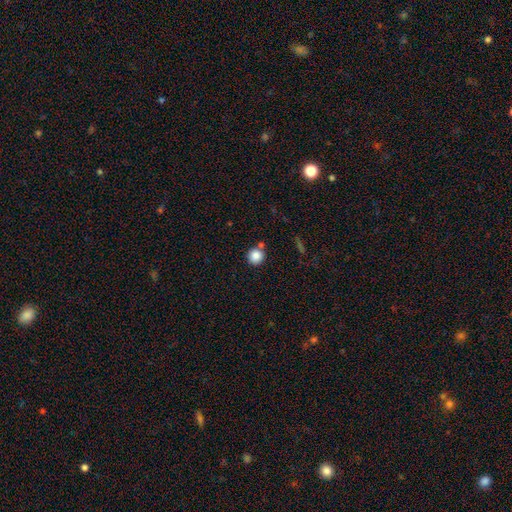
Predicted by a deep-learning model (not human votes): smooth 85%, star or artifact 10%, featured or disk 5%. Down the decision tree: how rounded — round (93%); merging — none (76%).